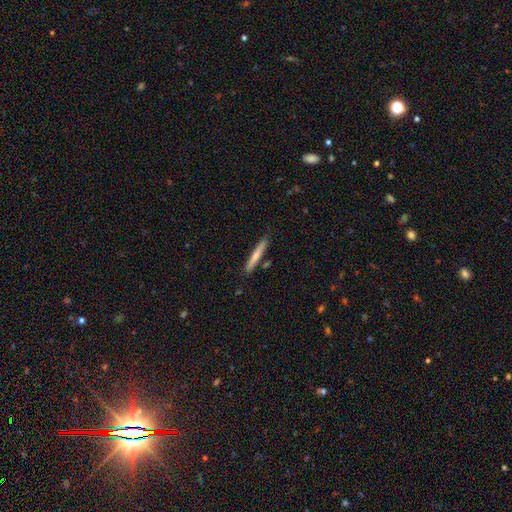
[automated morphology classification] smooth-or-featured: smooth: 67% | featured or disk: 27% | star or artifact: 5%
  how-rounded: cigar-shaped: 95% | in between: 4% | round: 1%
  merging: none: 85% | minor disturbance: 9% | merger: 4% | major disturbance: 2%